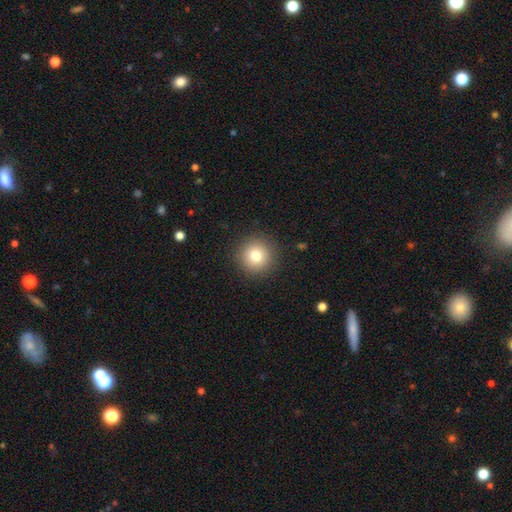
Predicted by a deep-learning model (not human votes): Overall: smooth (79%). How rounded: round (95%). Merging: none (90%).